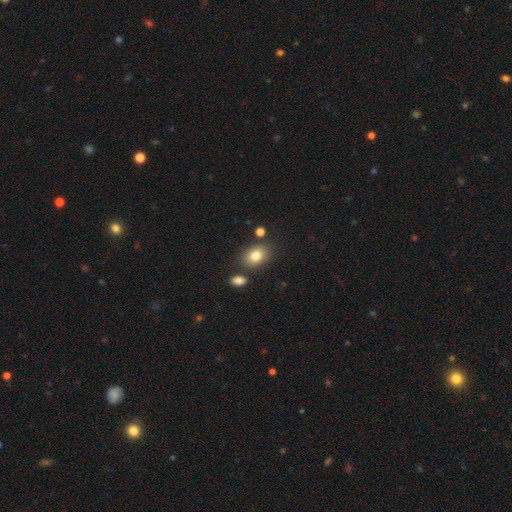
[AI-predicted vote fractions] The model was most divided on "how rounded": in between: 75%, round: 24%, cigar-shaped: 1%. More confident: smooth or featured — smooth (81%); merging — none (77%).